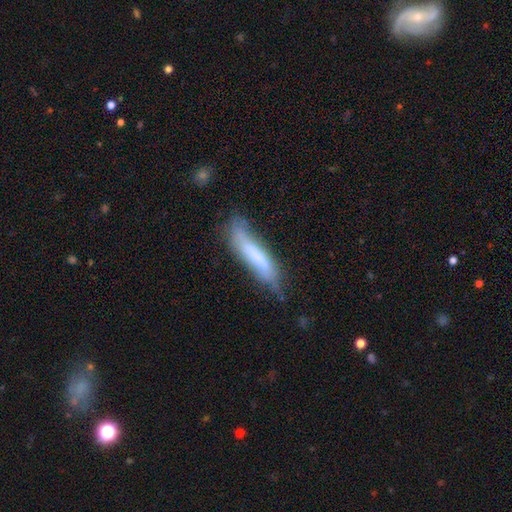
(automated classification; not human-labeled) smooth-or-featured: smooth: 57% | featured or disk: 37% | star or artifact: 7%
  how-rounded: cigar-shaped: 80% | in between: 19% | round: 2%
  merging: none: 54% | minor disturbance: 32% | major disturbance: 10% | merger: 4%